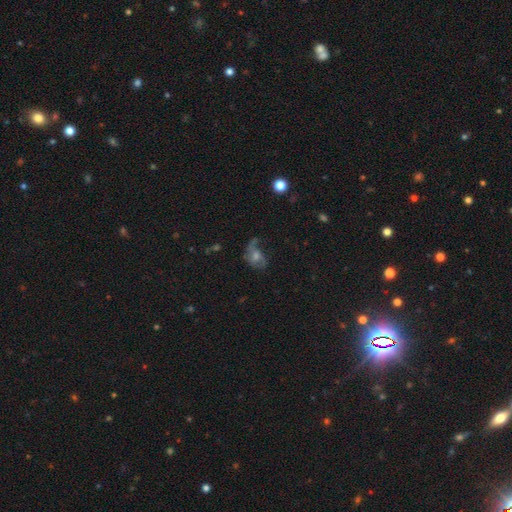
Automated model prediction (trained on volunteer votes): Q: Smooth or featured?
A: featured or disk (59%); runner-up: smooth (24%)
Q: Edge-on disk?
A: no (95%); runner-up: yes (5%)
Q: Bar?
A: no (67%); runner-up: weak (26%)
Q: Spiral arms?
A: yes (78%); runner-up: no (22%)
Q: Bulge size?
A: moderate (50%); runner-up: small (39%)
Q: Merging?
A: none (46%); runner-up: major disturbance (27%)